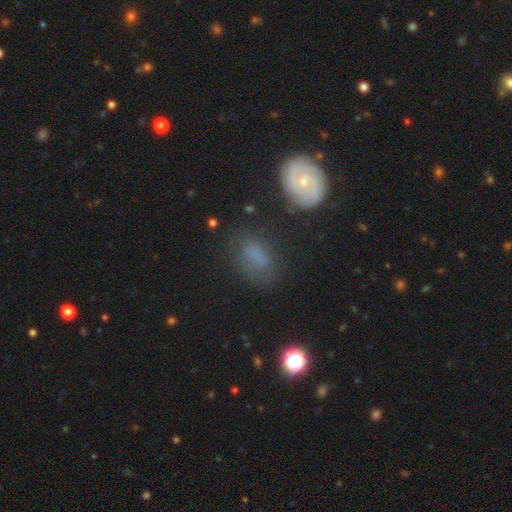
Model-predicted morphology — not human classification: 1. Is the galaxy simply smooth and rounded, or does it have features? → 63% smooth, 20% featured or disk, 17% star or artifact.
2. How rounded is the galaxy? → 81% in between, 15% round, 3% cigar-shaped.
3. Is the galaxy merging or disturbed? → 65% none, 21% minor disturbance, 10% major disturbance, 4% merger.